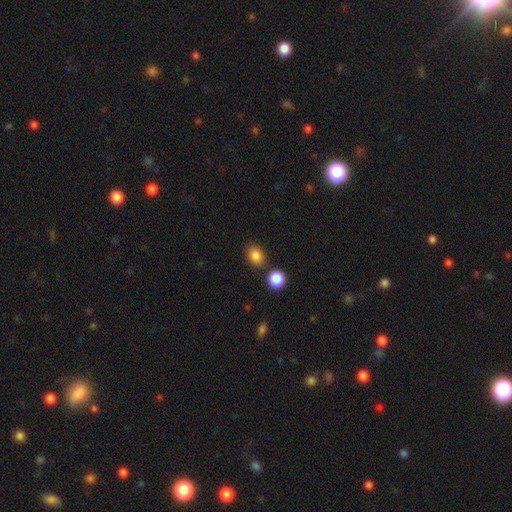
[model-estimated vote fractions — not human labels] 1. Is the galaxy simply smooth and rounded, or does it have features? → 85% smooth, 11% star or artifact, 5% featured or disk.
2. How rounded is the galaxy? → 53% round, 45% in between, 1% cigar-shaped.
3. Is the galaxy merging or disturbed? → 80% none, 10% minor disturbance, 8% merger, 3% major disturbance.